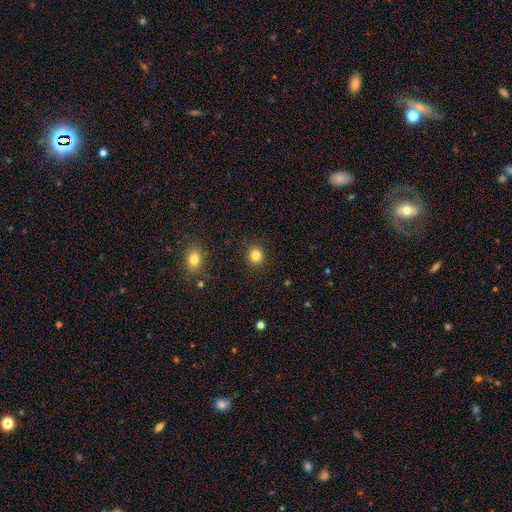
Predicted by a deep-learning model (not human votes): This is clearly a smooth galaxy (84%). How rounded: clearly round (86%). Merging: clearly none (90%).